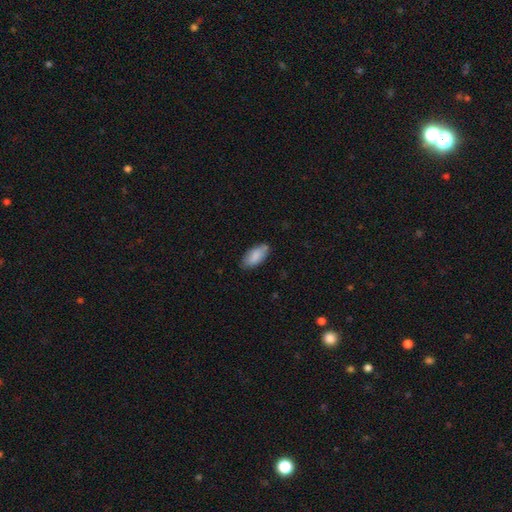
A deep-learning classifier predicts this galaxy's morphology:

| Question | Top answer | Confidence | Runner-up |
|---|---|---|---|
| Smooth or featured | smooth | 86% | featured or disk (8%) |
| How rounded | in between | 90% | cigar-shaped (8%) |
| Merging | none | 76% | minor disturbance (19%) |